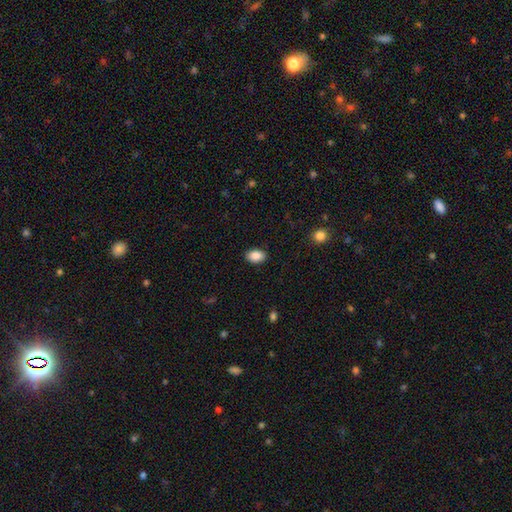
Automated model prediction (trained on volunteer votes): smooth-or-featured: smooth: 89% | star or artifact: 8% | featured or disk: 3%
  how-rounded: in between: 87% | round: 12% | cigar-shaped: 1%
  merging: none: 88% | minor disturbance: 9% | major disturbance: 2% | merger: 1%